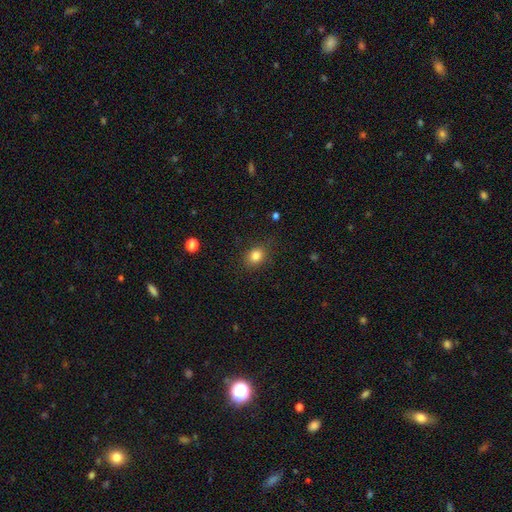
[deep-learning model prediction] Overall: smooth (83%). How rounded: round (64%; in between 35%). Merging: none (84%).